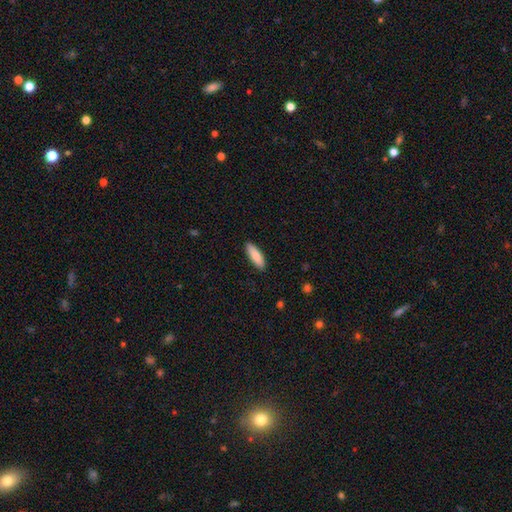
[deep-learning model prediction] smooth-or-featured: smooth: 84% | featured or disk: 10% | star or artifact: 6%
  how-rounded: cigar-shaped: 53% | in between: 45% | round: 2%
  merging: none: 90% | minor disturbance: 7% | major disturbance: 2% | merger: 1%